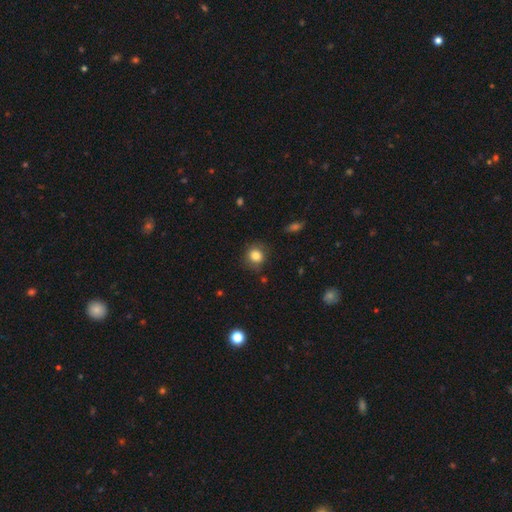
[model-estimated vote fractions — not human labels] Smooth or featured? smooth (82%)
How rounded? round (79%)
Merging? none (79%)